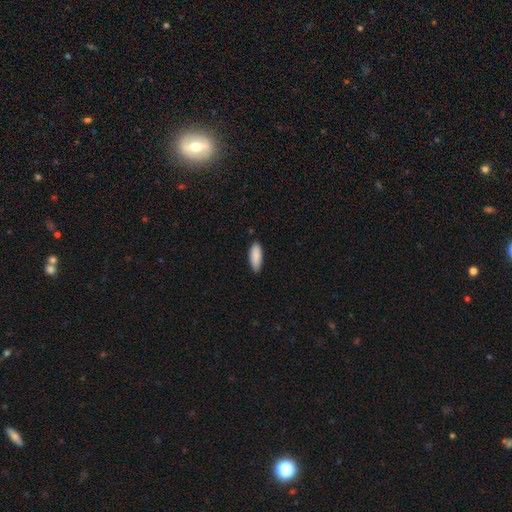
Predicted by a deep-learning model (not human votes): A smooth galaxy with no disk features (90%) that is in between round and cigar-shaped (73%).

Vote fractions:
- Smooth or featured? smooth: 90% / star or artifact: 6% / featured or disk: 4%
- How rounded? in between: 73% / cigar-shaped: 25% / round: 2%
- Merging? none: 84% / minor disturbance: 13% / major disturbance: 2% / merger: 1%